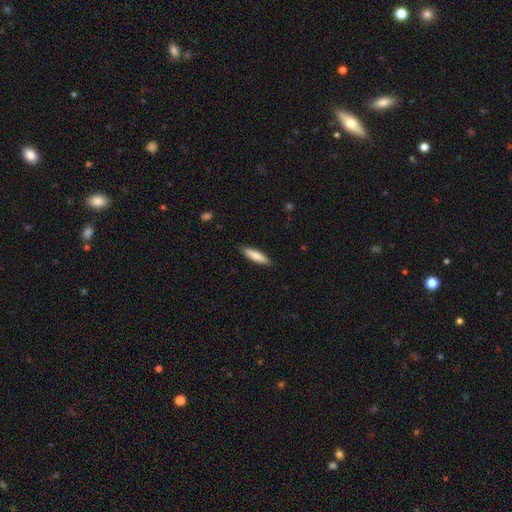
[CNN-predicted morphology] The model was most divided on "how rounded": cigar-shaped: 78%, in between: 21%, round: 1%. More confident: merging — none (89%); smooth or featured — smooth (80%).